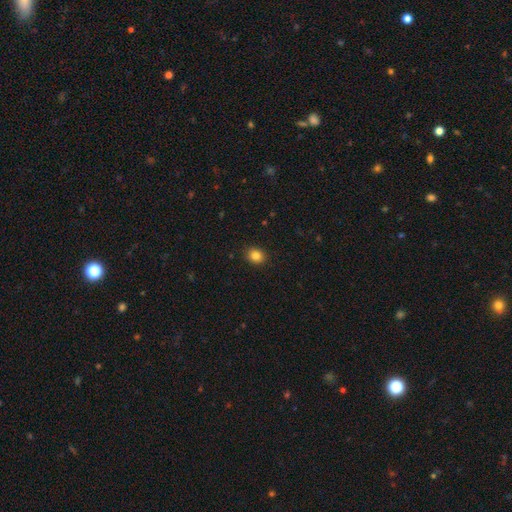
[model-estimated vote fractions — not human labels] Q: Smooth or featured?
A: smooth (85%); runner-up: star or artifact (11%)
Q: How rounded?
A: round (61%); runner-up: in between (38%)
Q: Merging?
A: none (90%); runner-up: minor disturbance (7%)